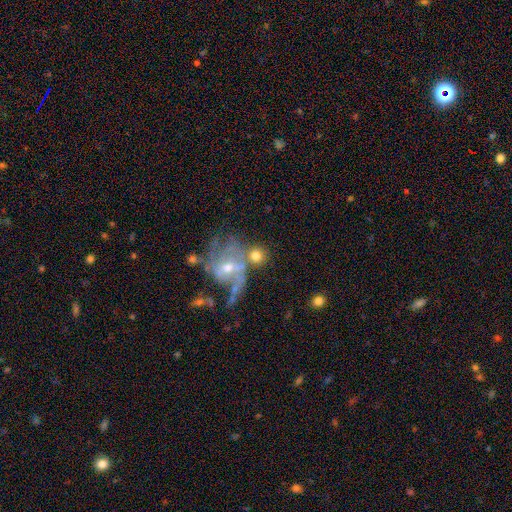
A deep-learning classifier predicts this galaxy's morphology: Smooth or featured? smooth (55%)
How rounded? round (77%)
Merging? none (48%)